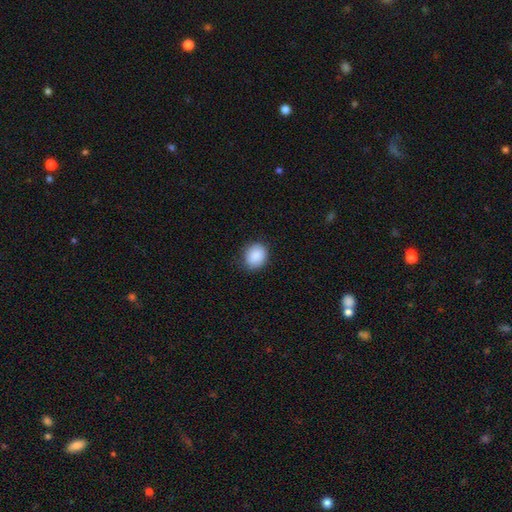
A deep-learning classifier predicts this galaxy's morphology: This appears to be a smooth galaxy with no disk features (89%) that is round (63%). Merging: none (83%).